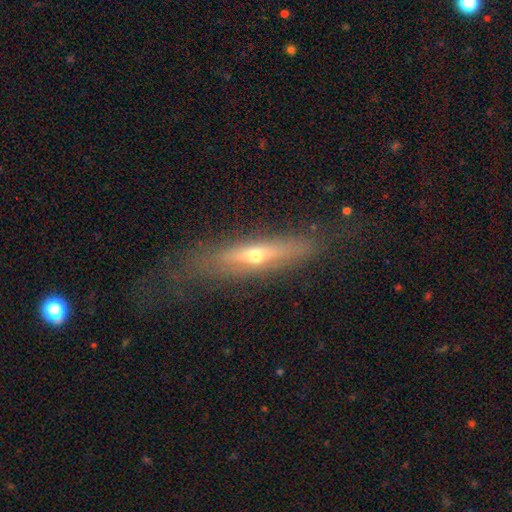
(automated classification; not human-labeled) A featured or disk galaxy (54%) viewed edge-on (80%).

Vote fractions:
- Smooth or featured? featured or disk: 54% / smooth: 38% / star or artifact: 8%
- Edge-on disk? yes: 80% / no: 20%
- Merging? none: 74% / minor disturbance: 16% / major disturbance: 8% / merger: 2%